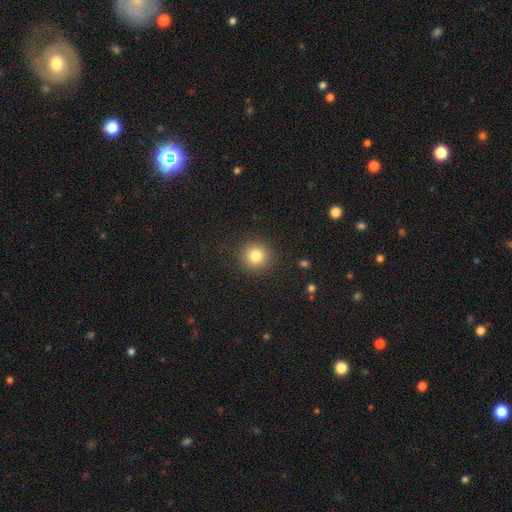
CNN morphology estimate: The model was most divided on "smooth or featured": smooth: 82%, star or artifact: 11%, featured or disk: 7%. More confident: how rounded — round (93%); merging — none (90%).